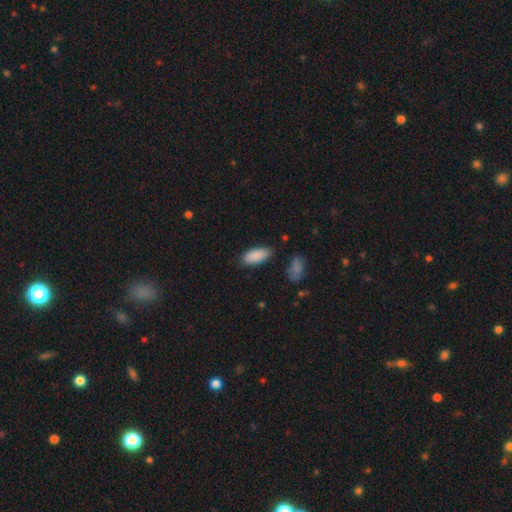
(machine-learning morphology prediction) A smooth galaxy with no disk features (89%) that is in between round and cigar-shaped (87%).

Vote fractions:
- Smooth or featured? smooth: 89% / star or artifact: 6% / featured or disk: 4%
- How rounded? in between: 87% / cigar-shaped: 11% / round: 2%
- Merging? none: 82% / minor disturbance: 12% / major disturbance: 3% / merger: 3%